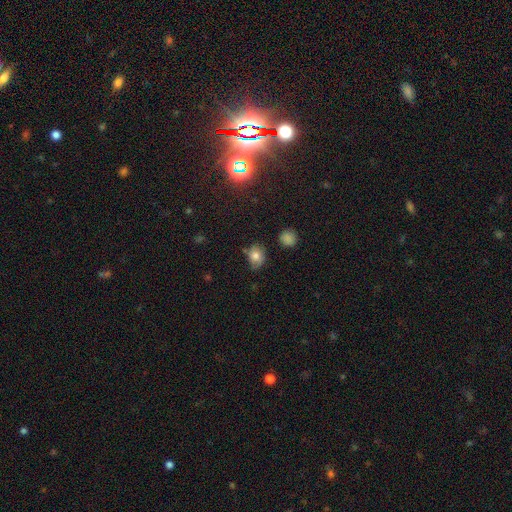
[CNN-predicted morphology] Smooth or featured? smooth (77%)
How rounded? round (51%)
Merging? none (60%)